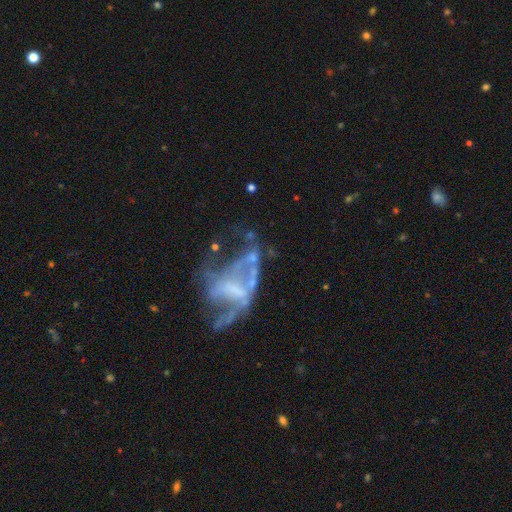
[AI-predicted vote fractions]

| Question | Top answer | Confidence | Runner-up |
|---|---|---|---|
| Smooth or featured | featured or disk | 70% | star or artifact (16%) |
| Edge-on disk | no | 96% | yes (4%) |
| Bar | no | 61% | weak (25%) |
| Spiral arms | no | 65% | yes (35%) |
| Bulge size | none | 58% | small (21%) |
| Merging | major disturbance | 44% | none (27%) |